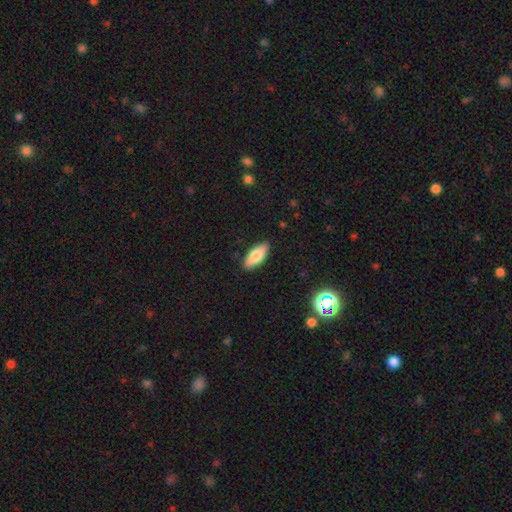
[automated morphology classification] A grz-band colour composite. It shows a smooth galaxy with no disk features (79%) that is in between round and cigar-shaped (81%). Merging: none (87%).